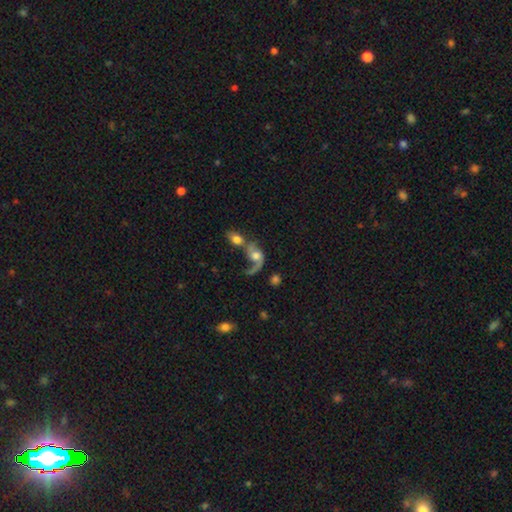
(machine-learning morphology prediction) Smooth or featured? featured or disk (67%)
Edge-on disk? no (96%)
Bar? no (68%)
Spiral arms? yes (86%)
Spiral winding? loose (75%)
Spiral arm count? 1 (48%)
Bulge size? moderate (46%)
Merging? merger (59%)